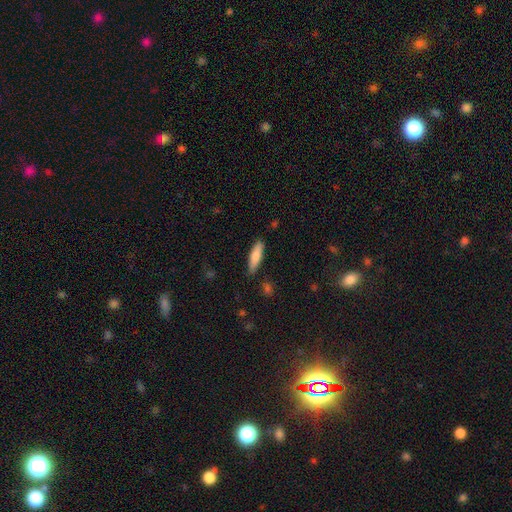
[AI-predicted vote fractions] Smooth or featured? smooth (77%)
How rounded? cigar-shaped (66%)
Merging? none (85%)